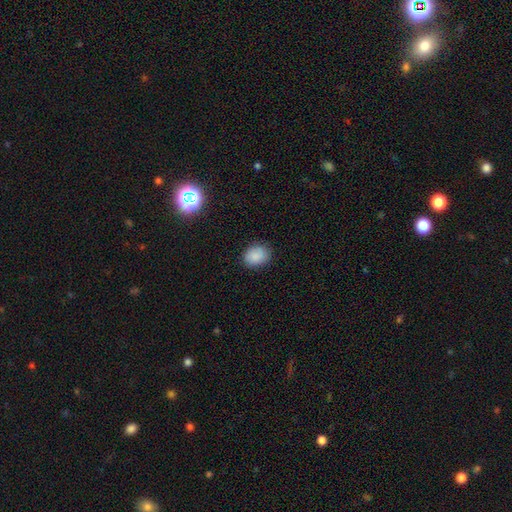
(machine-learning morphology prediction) The model was most divided on "how rounded": in between: 56%, round: 43%, cigar-shaped: 1%. More confident: smooth or featured — smooth (86%); merging — none (82%).